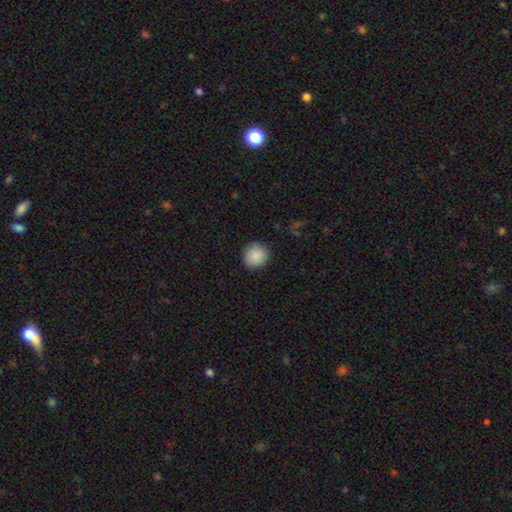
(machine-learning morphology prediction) Smooth or featured: smooth — 88% (star or artifact — 7%)
How rounded: round — 90% (in between — 9%)
Merging: none — 87% (minor disturbance — 9%)